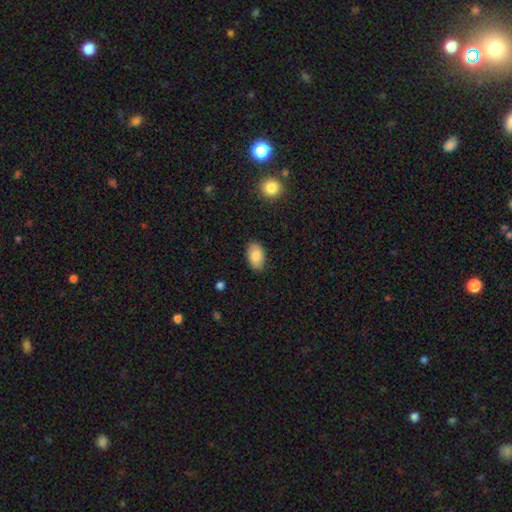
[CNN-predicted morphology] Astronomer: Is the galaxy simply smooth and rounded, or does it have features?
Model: smooth — 84%.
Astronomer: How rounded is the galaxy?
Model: in between — 93%.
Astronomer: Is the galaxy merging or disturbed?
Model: none — 85%.